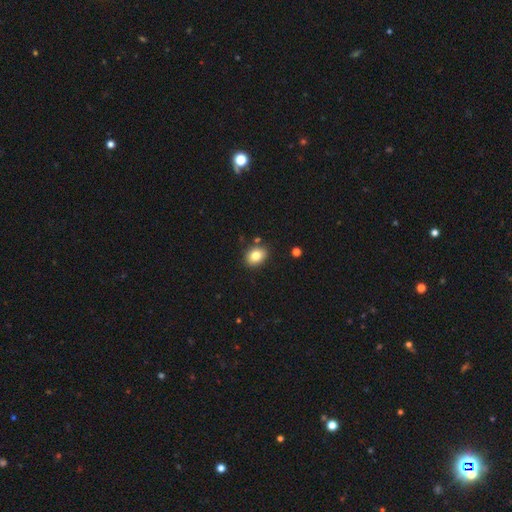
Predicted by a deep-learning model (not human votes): smooth 81%, star or artifact 10%, featured or disk 9%. Down the decision tree: how rounded — in between (60%); merging — none (84%).